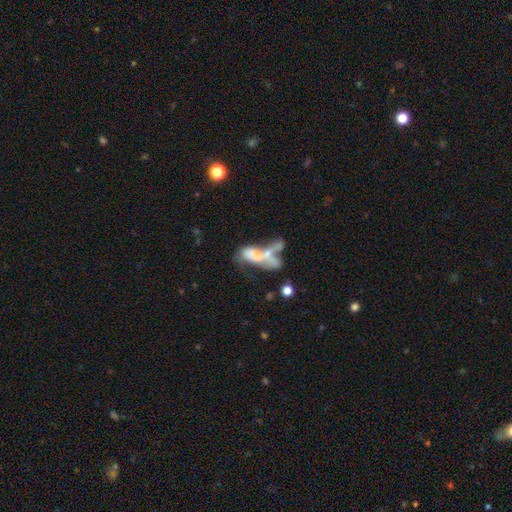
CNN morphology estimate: A smooth galaxy with no disk features (45%).

Vote fractions:
- Smooth or featured? smooth: 45% / featured or disk: 43% / star or artifact: 12%
- Merging? merger: 62% / major disturbance: 19% / none: 12% / minor disturbance: 7%